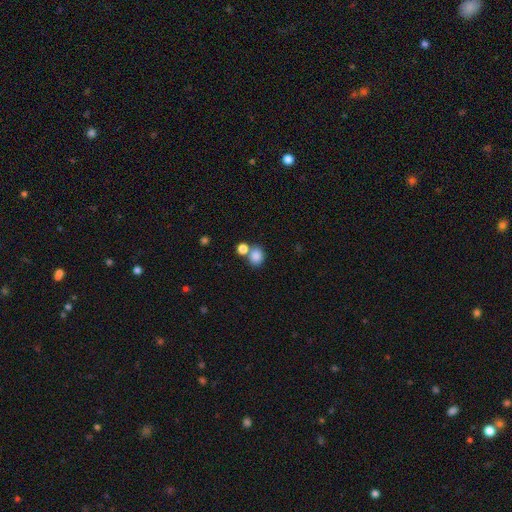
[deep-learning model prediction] Overall: smooth (84%). How rounded: round (67%; in between 32%). Merging: none (54%; merger 33%).